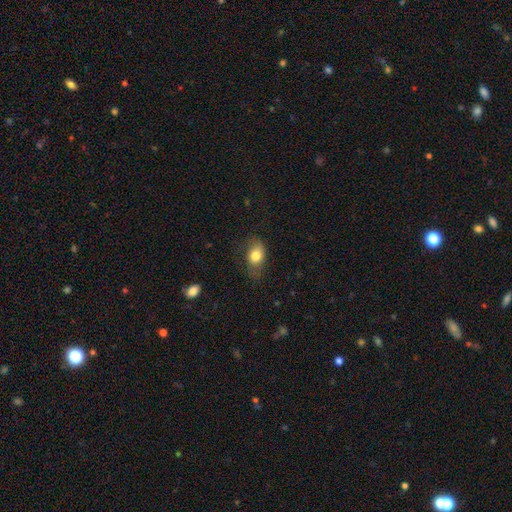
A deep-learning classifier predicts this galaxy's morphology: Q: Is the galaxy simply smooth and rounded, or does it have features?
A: smooth — 78%.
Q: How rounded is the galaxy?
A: in between — 78%.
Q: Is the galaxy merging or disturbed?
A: none — 63%.